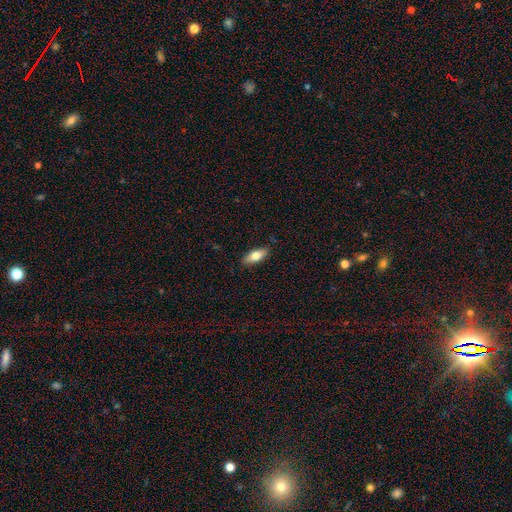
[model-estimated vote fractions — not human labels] This appears to be a smooth galaxy with no disk features (74%) that is in between round and cigar-shaped (73%). Merging: none (87%).